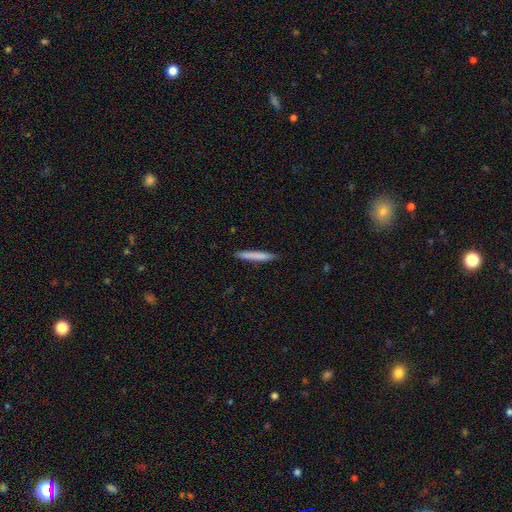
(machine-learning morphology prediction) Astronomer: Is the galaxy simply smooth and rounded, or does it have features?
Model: smooth — 74%.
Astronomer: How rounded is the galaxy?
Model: cigar-shaped — 96%.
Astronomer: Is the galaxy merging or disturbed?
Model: none — 90%.